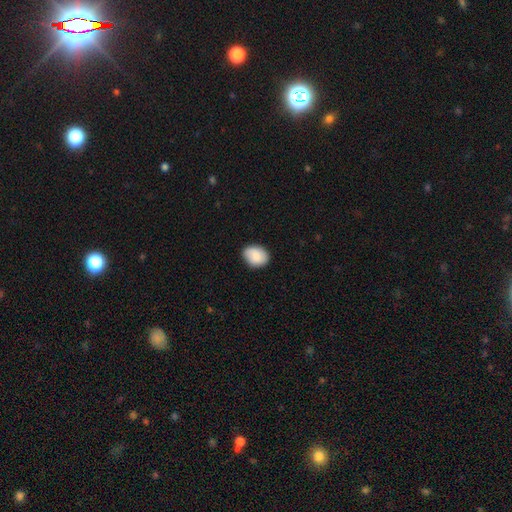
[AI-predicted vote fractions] Smooth or featured? Predicted: smooth (p=0.83). How rounded? Predicted: in between (p=0.63). Merging? Predicted: none (p=0.83).